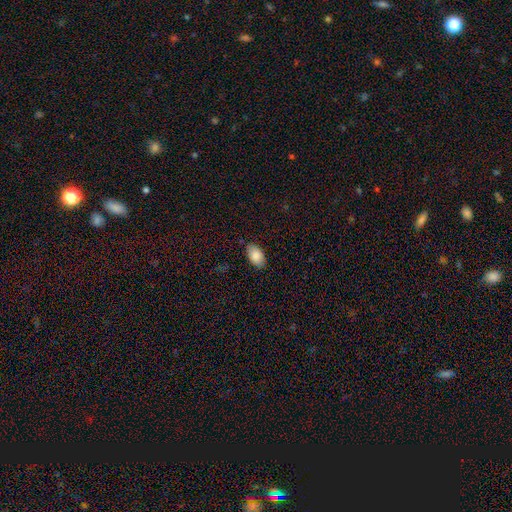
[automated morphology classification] smooth 87%, star or artifact 7%, featured or disk 5%. Down the decision tree: how rounded — in between (93%); merging — none (84%).